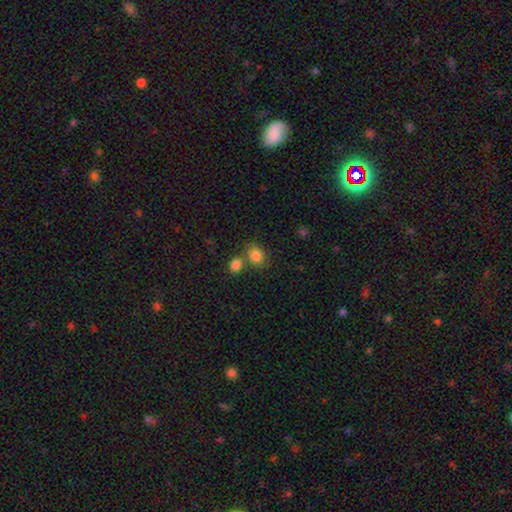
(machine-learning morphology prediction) Smooth or featured? Predicted: smooth (p=0.84). How rounded? Predicted: round (p=0.50). Merging? Predicted: none (p=0.60).